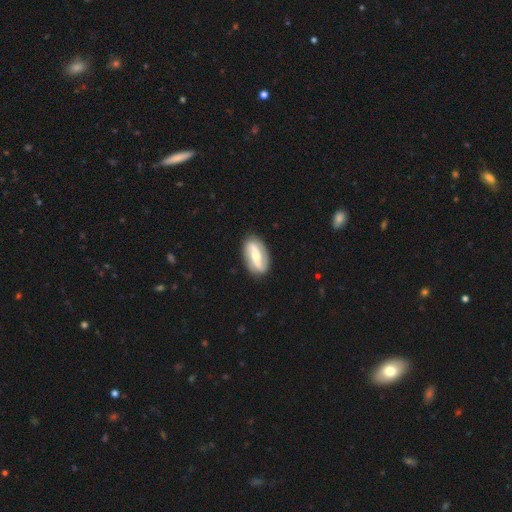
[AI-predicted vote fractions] Smooth or featured?
  - featured or disk: 71% *
  - smooth: 24%
  - star or artifact: 5%
Edge-on disk?
  - no: 92% *
  - yes: 8%
Bar?
  - strong: 53% *
  - weak: 26%
  - no: 21%
Spiral arms?
  - yes: 85% *
  - no: 15%
Spiral winding?
  - loose: 56% *
  - medium: 27%
  - tight: 17%
Spiral arm count?
  - 2: 90% *
  - can't tell: 5%
  - 1: 2%
  - 3: 1%
  - 4: 1%
  - more than 4: 1%
Bulge size?
  - moderate: 55% *
  - small: 36%
  - large: 6%
  - none: 2%
  - dominant: 1%
Merging?
  - none: 85% *
  - minor disturbance: 11%
  - major disturbance: 3%
  - merger: 1%